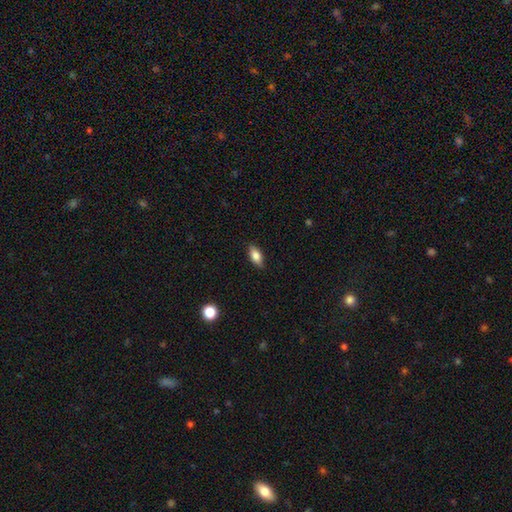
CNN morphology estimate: Q: Smooth or featured?
A: smooth (82%); runner-up: featured or disk (11%)
Q: How rounded?
A: in between (86%); runner-up: cigar-shaped (11%)
Q: Merging?
A: none (87%); runner-up: minor disturbance (10%)